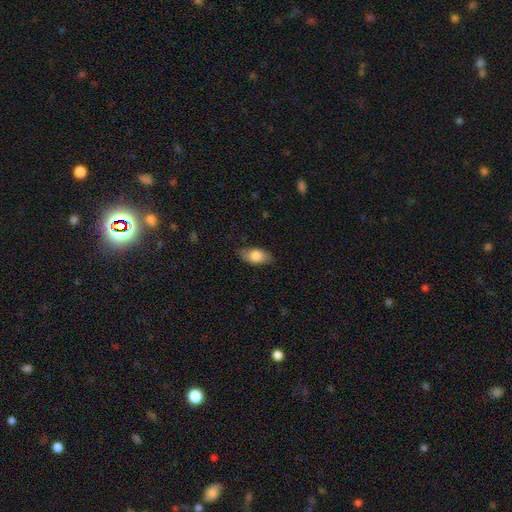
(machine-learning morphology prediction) smooth-or-featured: smooth: 76% | featured or disk: 17% | star or artifact: 6%
  how-rounded: in between: 89% | cigar-shaped: 7% | round: 4%
  merging: none: 80% | minor disturbance: 15% | major disturbance: 3% | merger: 1%